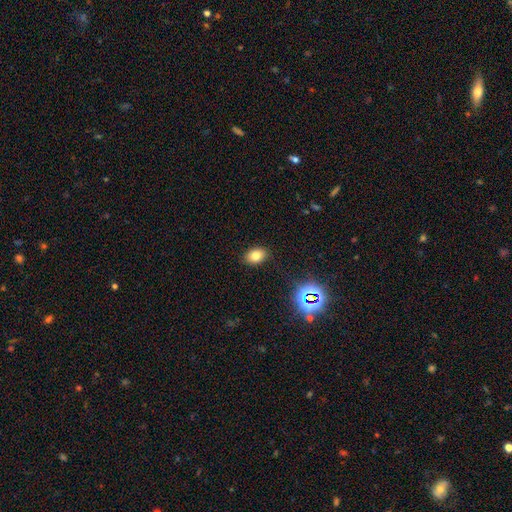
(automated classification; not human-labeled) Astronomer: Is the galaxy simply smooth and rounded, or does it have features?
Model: smooth — 77%.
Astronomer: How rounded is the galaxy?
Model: in between — 79%.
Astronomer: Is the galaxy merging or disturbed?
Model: none — 87%.